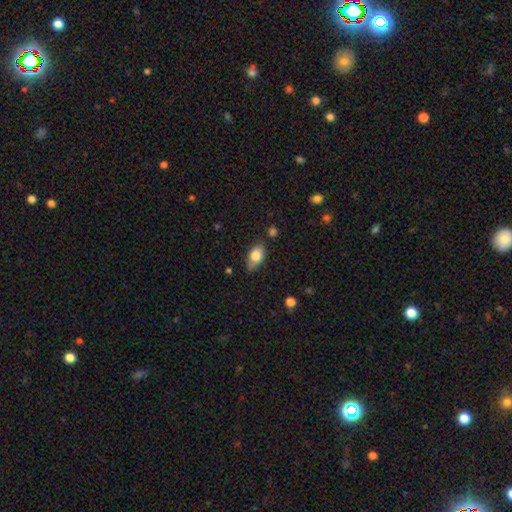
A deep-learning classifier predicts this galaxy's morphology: This is likely a smooth galaxy (77%). How rounded: clearly in between (89%). Merging: likely none (78%).